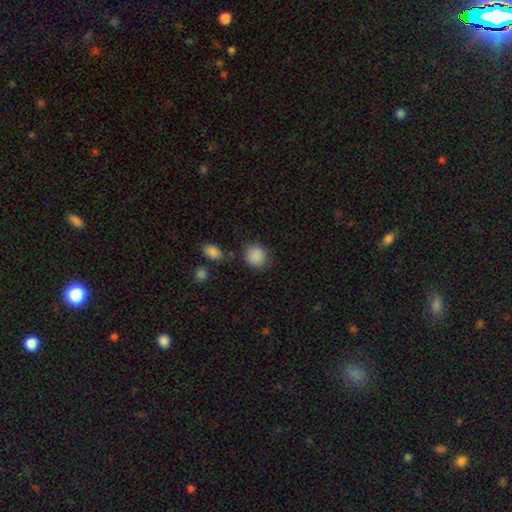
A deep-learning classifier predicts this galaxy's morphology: A smooth galaxy with no disk features (88%) that is round (77%).

Vote fractions:
- Smooth or featured? smooth: 88% / star or artifact: 9% / featured or disk: 3%
- How rounded? round: 77% / in between: 22% / cigar-shaped: 1%
- Merging? none: 80% / minor disturbance: 13% / major disturbance: 4% / merger: 3%